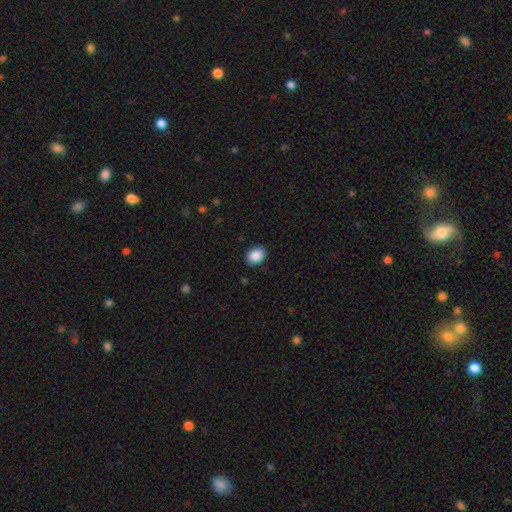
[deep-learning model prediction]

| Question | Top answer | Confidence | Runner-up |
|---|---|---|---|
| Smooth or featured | smooth | 89% | star or artifact (8%) |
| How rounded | in between | 65% | round (34%) |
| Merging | none | 90% | minor disturbance (7%) |